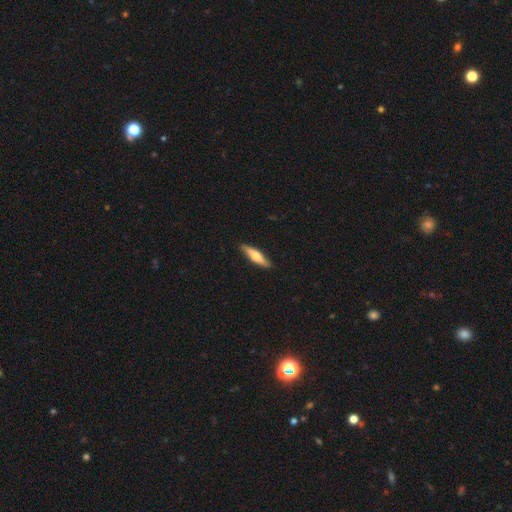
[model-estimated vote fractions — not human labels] Overall: smooth (53%; featured or disk 42%). How rounded: cigar-shaped (73%). Merging: none (88%).